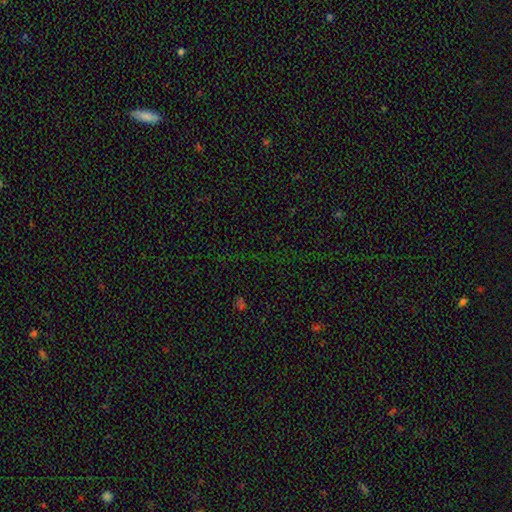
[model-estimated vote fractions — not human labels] A star or artifact, not a galaxy (71%).